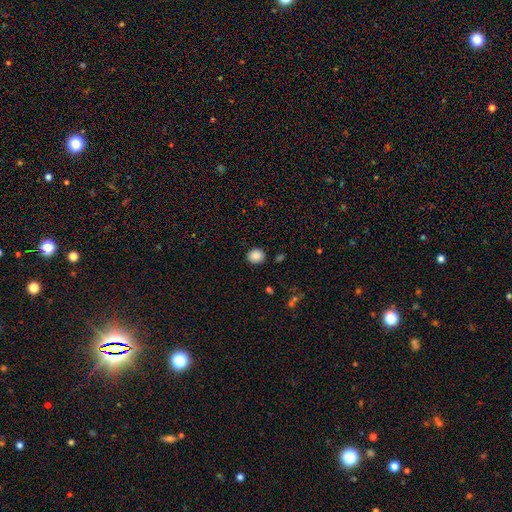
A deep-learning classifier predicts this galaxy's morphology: This appears to be a smooth galaxy with no disk features (87%) that is round (79%). Merging: none (89%).